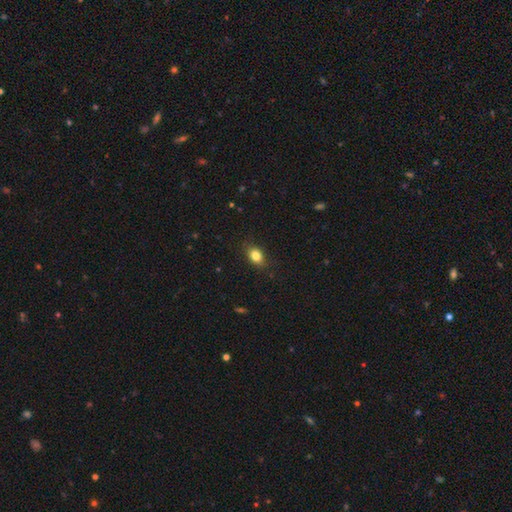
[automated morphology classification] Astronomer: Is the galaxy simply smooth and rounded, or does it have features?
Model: smooth — 84%.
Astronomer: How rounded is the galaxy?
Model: in between — 73%.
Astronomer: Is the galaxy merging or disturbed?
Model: none — 83%.